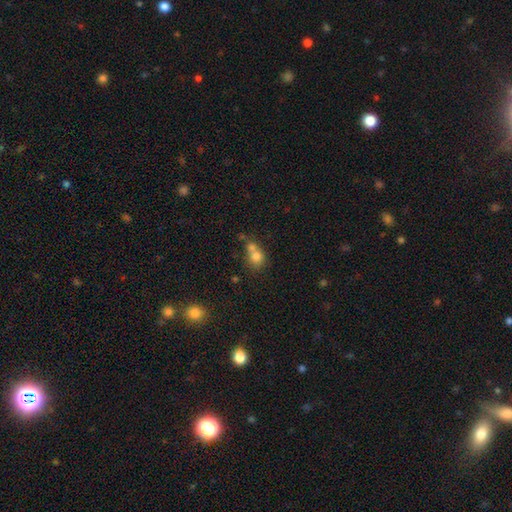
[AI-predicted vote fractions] Morphology: type=smooth (75%); roundness=round (70%); merging=merger (55%).